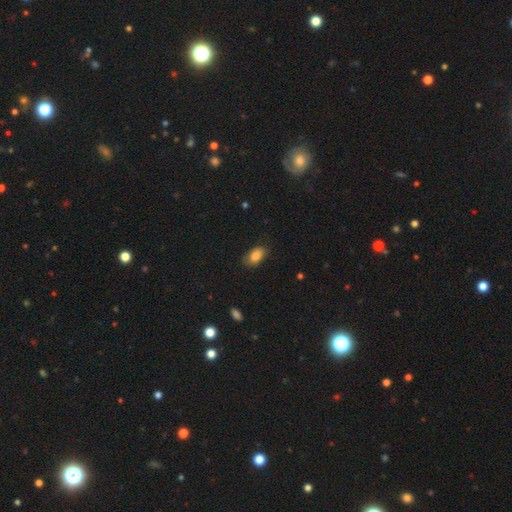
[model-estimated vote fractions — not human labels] A smooth galaxy with no disk features (84%) that is in between round and cigar-shaped (90%).

Vote fractions:
- Smooth or featured? smooth: 84% / featured or disk: 8% / star or artifact: 8%
- How rounded? in between: 90% / round: 8% / cigar-shaped: 2%
- Merging? none: 77% / minor disturbance: 18% / major disturbance: 4% / merger: 1%